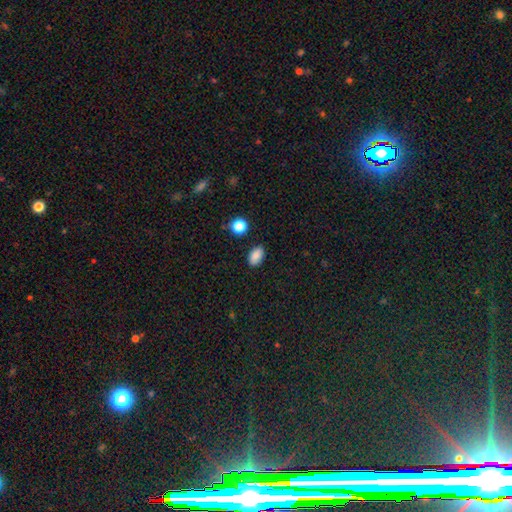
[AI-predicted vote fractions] This appears to be a smooth galaxy with no disk features (86%) that is in between round and cigar-shaped (89%). Merging: none (87%).